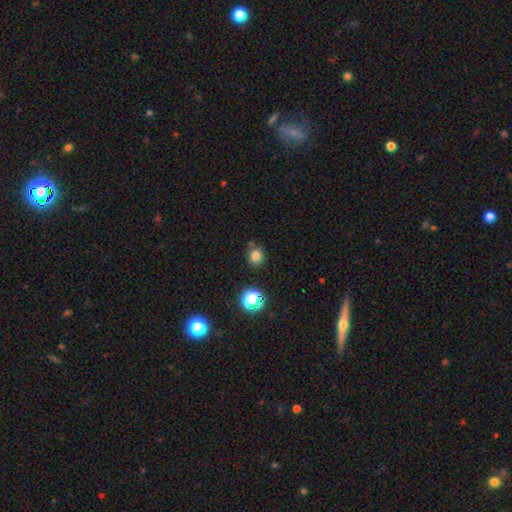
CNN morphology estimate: Smooth or featured: smooth — 77% (star or artifact — 17%)
How rounded: round — 79% (in between — 20%)
Merging: none — 78% (minor disturbance — 13%)